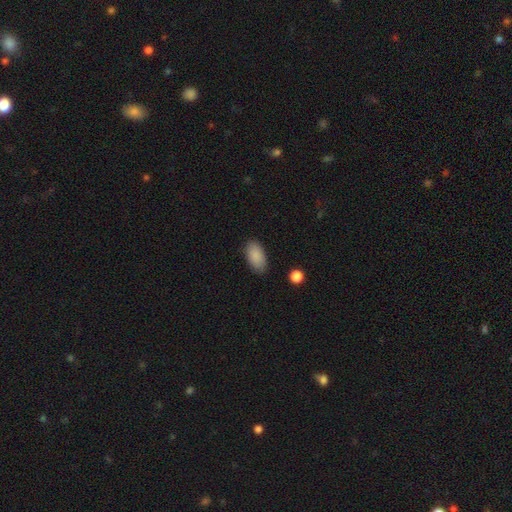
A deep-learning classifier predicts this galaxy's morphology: Q: Smooth or featured?
A: smooth (89%); runner-up: star or artifact (7%)
Q: How rounded?
A: in between (93%); runner-up: cigar-shaped (4%)
Q: Merging?
A: none (85%); runner-up: minor disturbance (11%)